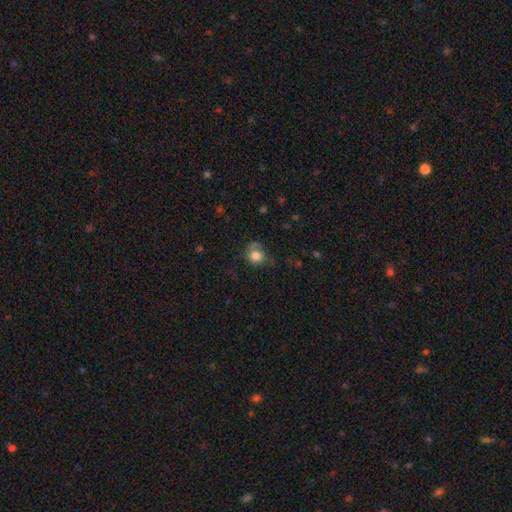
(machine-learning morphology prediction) Smooth or featured? smooth (79%)
How rounded? round (81%)
Merging? none (59%)